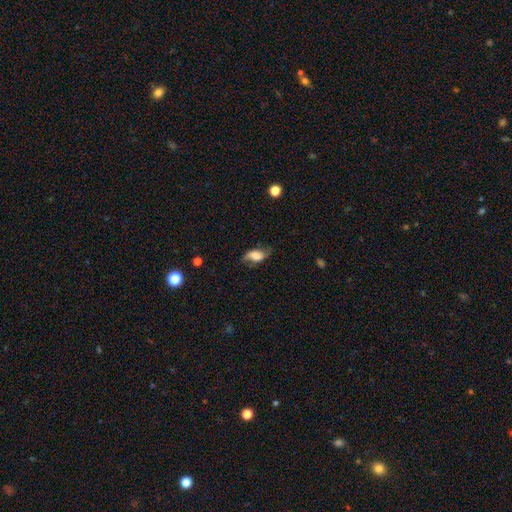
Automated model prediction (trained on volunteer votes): Morphology: type=smooth (52%); roundness=in between (86%); merging=none (62%).